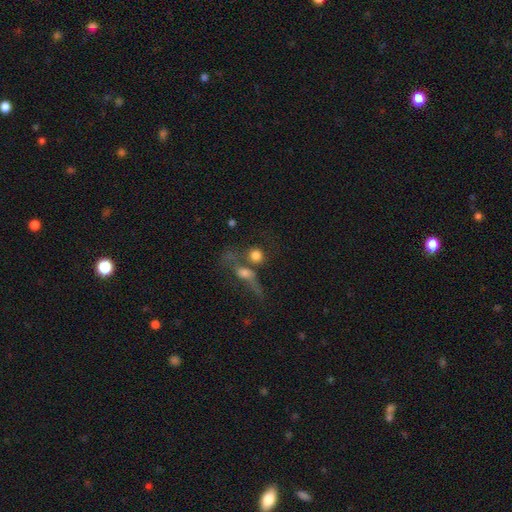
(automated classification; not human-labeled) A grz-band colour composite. It shows a smooth galaxy with no disk features (72%) that is round (78%). Merging: merger (44%).